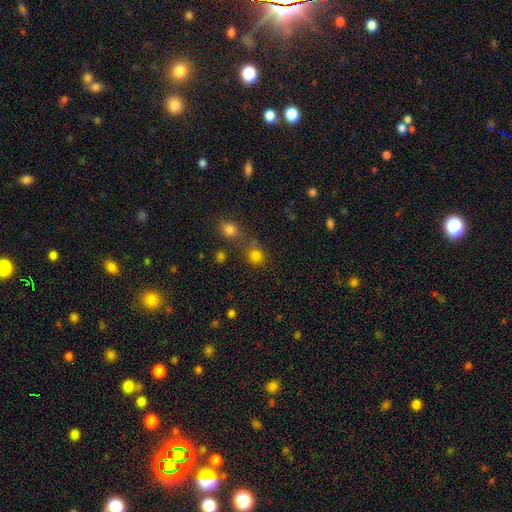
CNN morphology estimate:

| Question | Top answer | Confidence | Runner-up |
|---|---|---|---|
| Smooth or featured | smooth | 79% | star or artifact (15%) |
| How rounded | round | 86% | in between (13%) |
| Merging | none | 54% | merger (31%) |